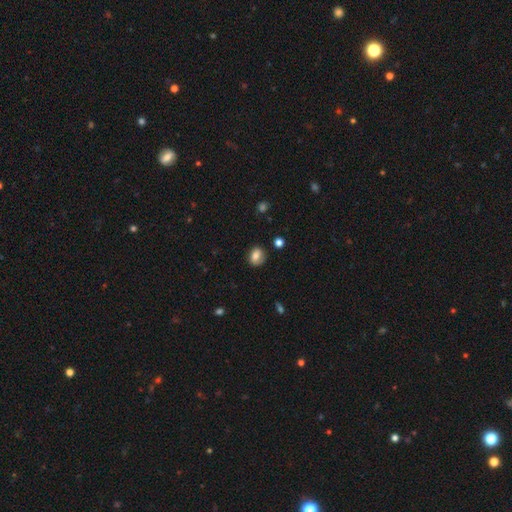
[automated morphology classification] Smooth or featured? Predicted: smooth (p=0.74). How rounded? Predicted: round (p=0.57). Merging? Predicted: none (p=0.77).